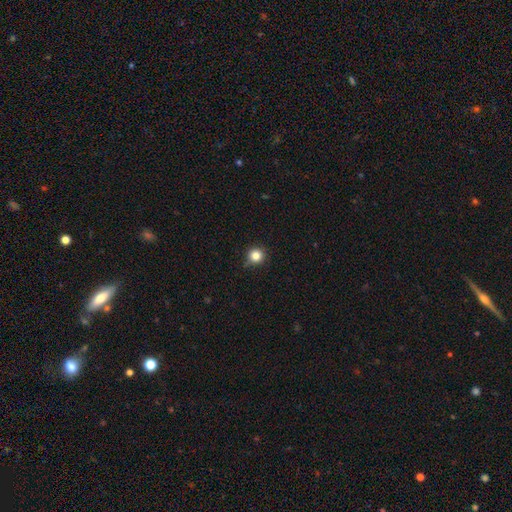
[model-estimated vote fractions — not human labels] This appears to be a smooth galaxy with no disk features (83%) that is round (94%). Merging: none (83%).